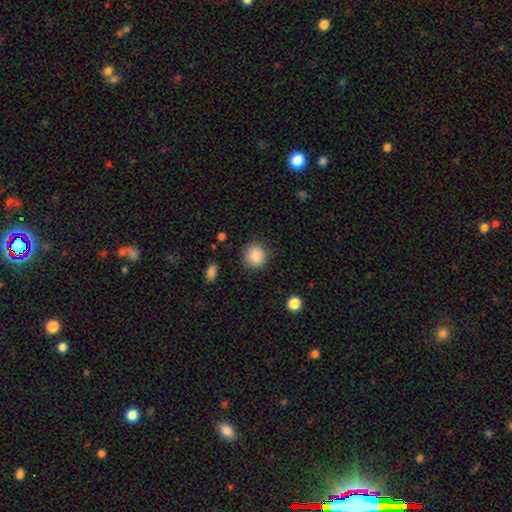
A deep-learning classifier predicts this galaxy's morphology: type=smooth (86%); roundness=round (88%); merging=none (88%).